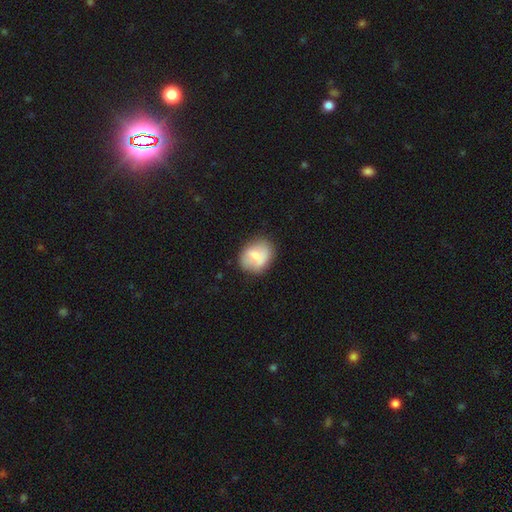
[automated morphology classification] A smooth galaxy with no disk features (61%) that is round (50%). Merging: none (68%).